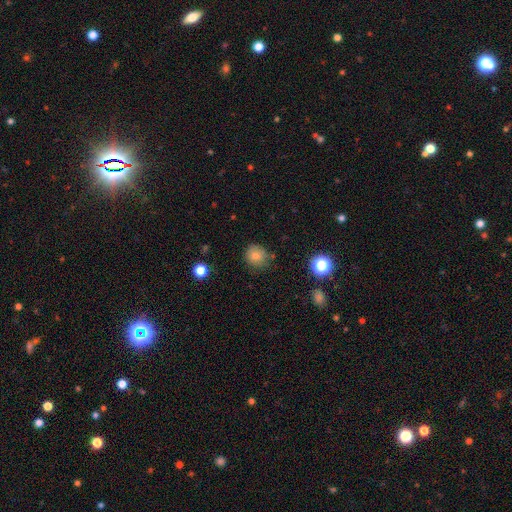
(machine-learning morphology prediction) This appears to be a smooth galaxy with no disk features (79%) that is round (82%). Merging: none (75%).